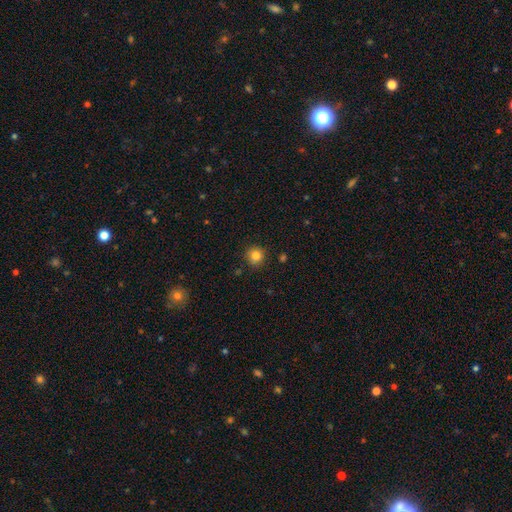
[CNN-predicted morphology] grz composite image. It shows a smooth galaxy with no disk features (83%) that is round (94%). Merging: none (89%).